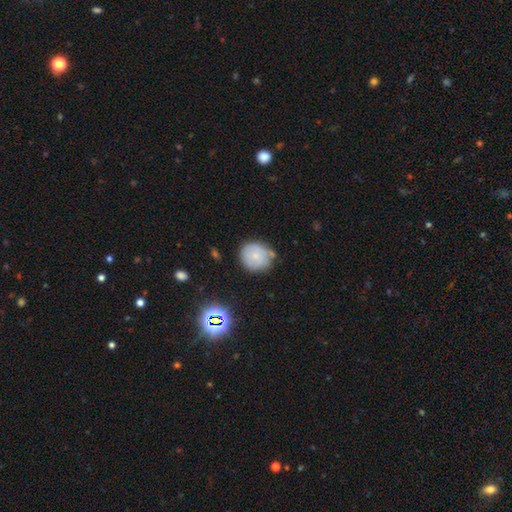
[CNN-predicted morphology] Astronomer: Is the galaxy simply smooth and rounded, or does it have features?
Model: smooth — 63%.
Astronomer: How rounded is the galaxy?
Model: round — 86%.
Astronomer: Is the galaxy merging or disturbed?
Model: none — 64%.